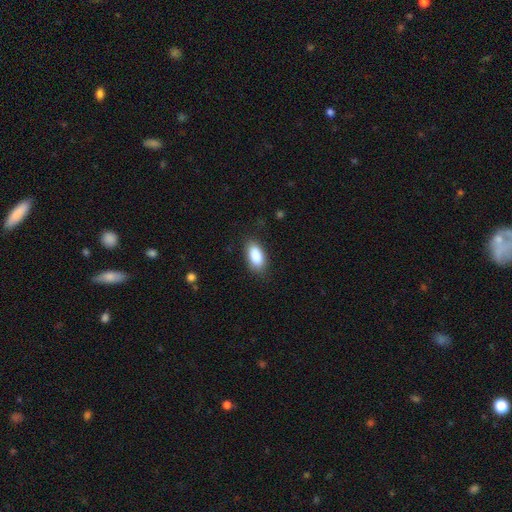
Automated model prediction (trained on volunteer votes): Morphology: type=smooth (89%); roundness=in between (92%); merging=none (82%).